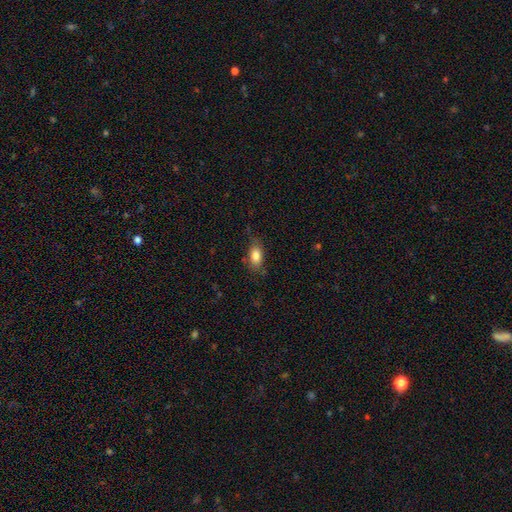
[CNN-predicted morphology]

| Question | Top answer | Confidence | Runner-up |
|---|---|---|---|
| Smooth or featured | smooth | 82% | featured or disk (10%) |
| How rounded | in between | 88% | round (7%) |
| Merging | none | 73% | minor disturbance (20%) |